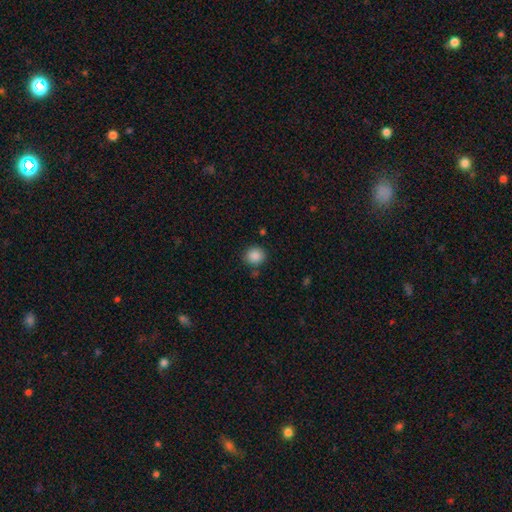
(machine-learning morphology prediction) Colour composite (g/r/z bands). It shows a smooth galaxy with no disk features (88%) that is round (83%). Merging: none (83%).